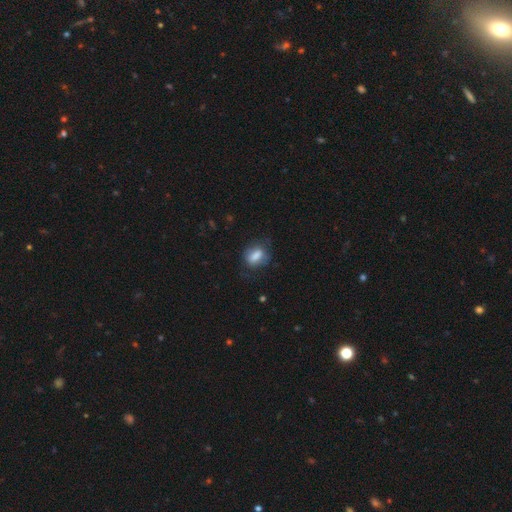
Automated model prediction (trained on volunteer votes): Smooth or featured?
  - smooth: 76% *
  - featured or disk: 16%
  - star or artifact: 9%
How rounded?
  - in between: 77% *
  - round: 16%
  - cigar-shaped: 7%
Merging?
  - none: 64% *
  - minor disturbance: 24%
  - major disturbance: 11%
  - merger: 2%